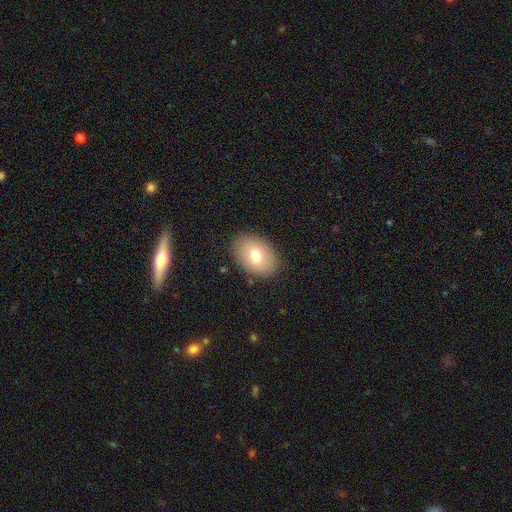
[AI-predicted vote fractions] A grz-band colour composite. It shows a smooth galaxy with no disk features (73%) that is in between round and cigar-shaped (82%). Merging: none (86%).